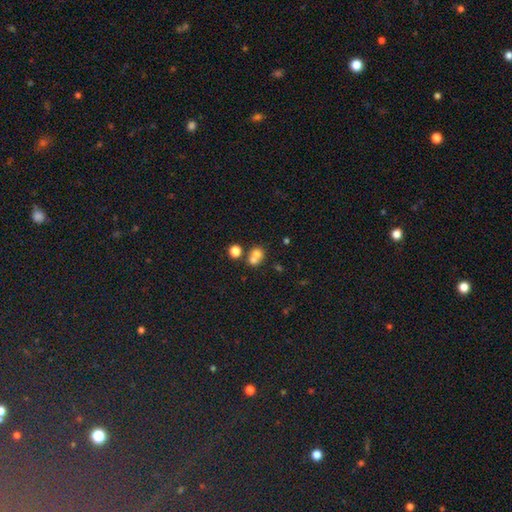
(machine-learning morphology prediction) Smooth or featured? smooth (70%)
How rounded? round (73%)
Merging? merger (57%)